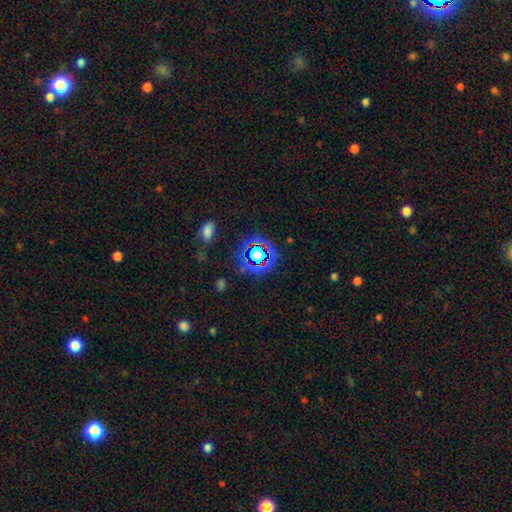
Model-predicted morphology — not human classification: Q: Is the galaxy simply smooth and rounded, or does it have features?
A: star or artifact — 58%.